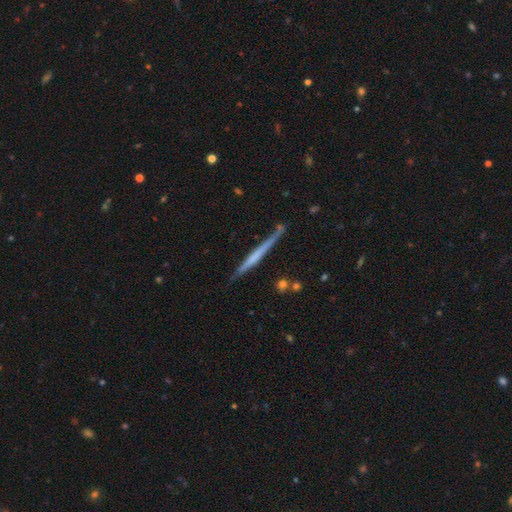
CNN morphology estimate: featured or disk 58%, smooth 37%, star or artifact 5%. Down the decision tree: edge-on disk — yes (97%); edge-on bulge — none (78%); merging — none (79%).